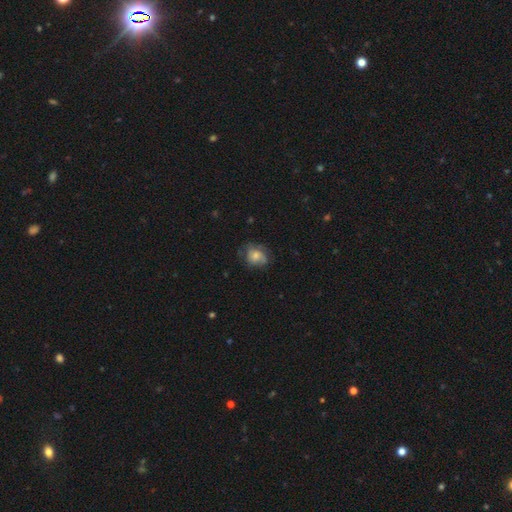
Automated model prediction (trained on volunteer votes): This appears to be a smooth galaxy with no disk features (54%) that is round (60%). Merging: none (60%).